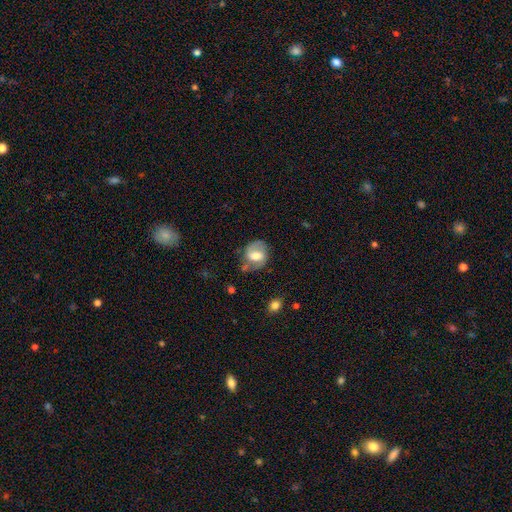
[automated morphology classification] type=featured or disk (52%); edge-on=no (96%); bar=weak (49%); spiral arms=yes (79%); bulge=moderate (47%); merging=none (56%).